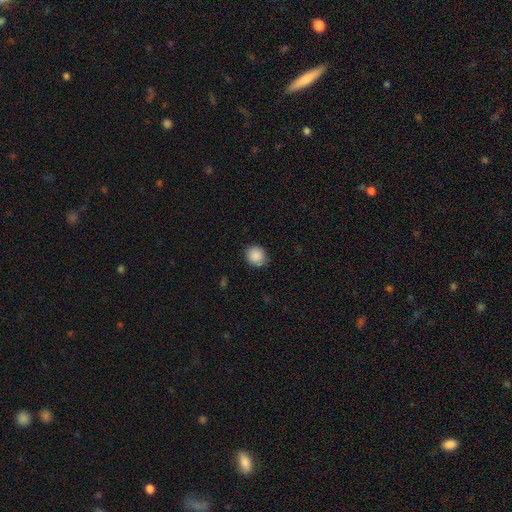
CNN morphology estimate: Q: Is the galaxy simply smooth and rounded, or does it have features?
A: smooth — 89%.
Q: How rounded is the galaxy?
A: round — 71%.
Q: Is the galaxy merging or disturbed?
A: none — 86%.